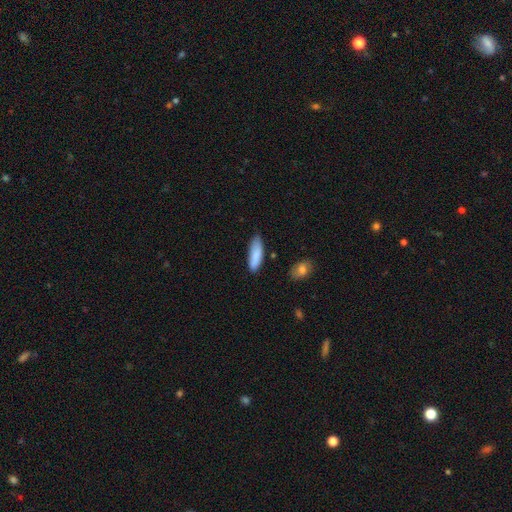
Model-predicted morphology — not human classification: A smooth galaxy with no disk features (87%) that is in between round and cigar-shaped (50%).

Vote fractions:
- Smooth or featured? smooth: 87% / featured or disk: 7% / star or artifact: 6%
- How rounded? in between: 50% / cigar-shaped: 48% / round: 2%
- Merging? none: 74% / minor disturbance: 20% / major disturbance: 3% / merger: 3%